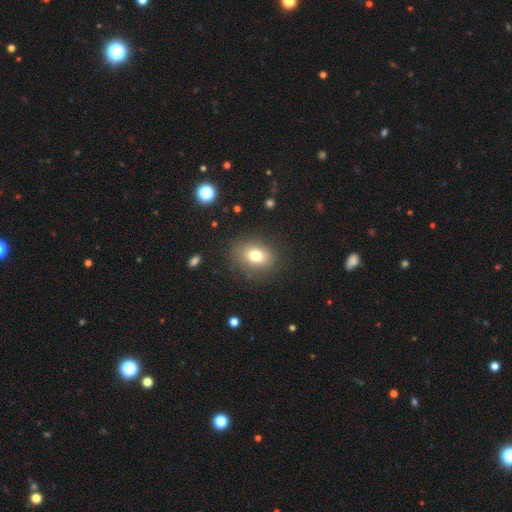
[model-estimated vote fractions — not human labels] Smooth or featured? smooth (77%)
How rounded? in between (65%)
Merging? none (83%)